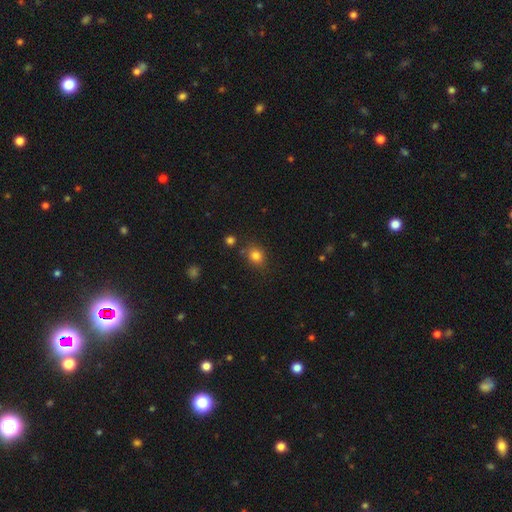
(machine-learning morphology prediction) smooth_or_featured: smooth (p=0.81) [alt: star or artifact p=0.12]
how_rounded: round (p=0.65) [alt: in between p=0.34]
merging: none (p=0.77) [alt: minor disturbance p=0.14]